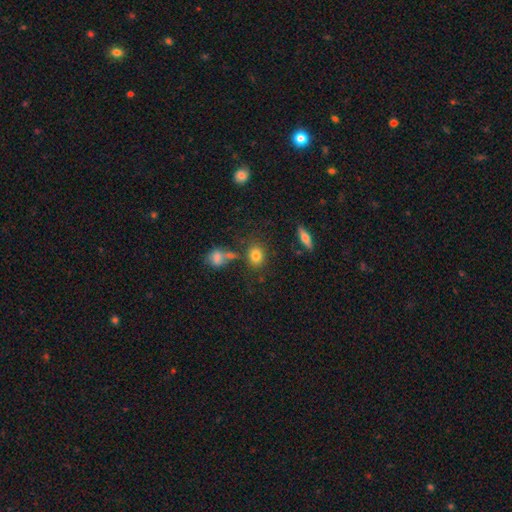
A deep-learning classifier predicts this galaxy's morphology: Overall: smooth (79%). How rounded: round (57%; in between 42%). Merging: none (73%).